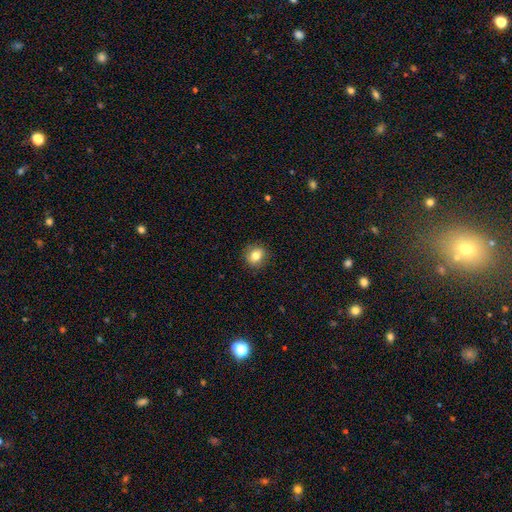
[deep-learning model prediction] Overall: smooth (81%). How rounded: round (75%). Merging: none (89%).